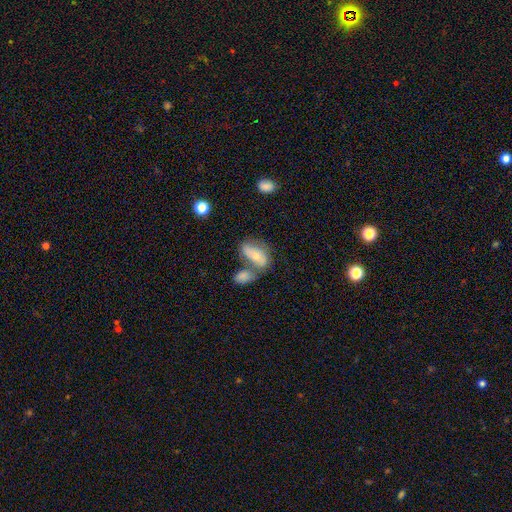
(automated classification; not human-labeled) Q: Smooth or featured?
A: smooth (54%); runner-up: featured or disk (38%)
Q: How rounded?
A: in between (87%); runner-up: round (8%)
Q: Merging?
A: merger (45%); runner-up: none (34%)